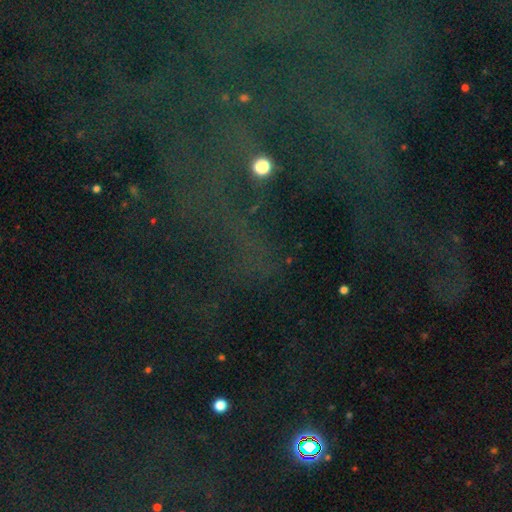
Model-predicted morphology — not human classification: A star or artifact, not a galaxy (78%).